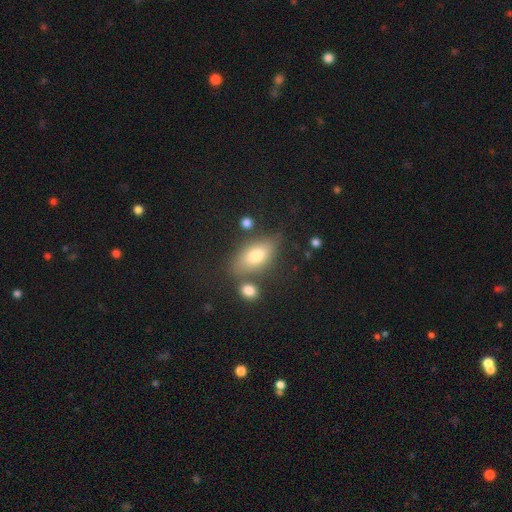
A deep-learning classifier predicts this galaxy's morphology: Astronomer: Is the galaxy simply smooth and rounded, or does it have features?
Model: smooth — 73%.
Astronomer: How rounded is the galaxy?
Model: in between — 86%.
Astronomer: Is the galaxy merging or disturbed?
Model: none — 68%.